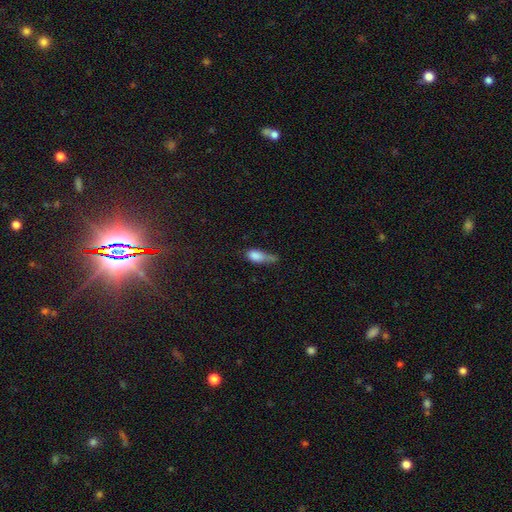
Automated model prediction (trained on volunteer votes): Morphology: type=smooth (78%); roundness=in between (78%); merging=minor disturbance (34%).